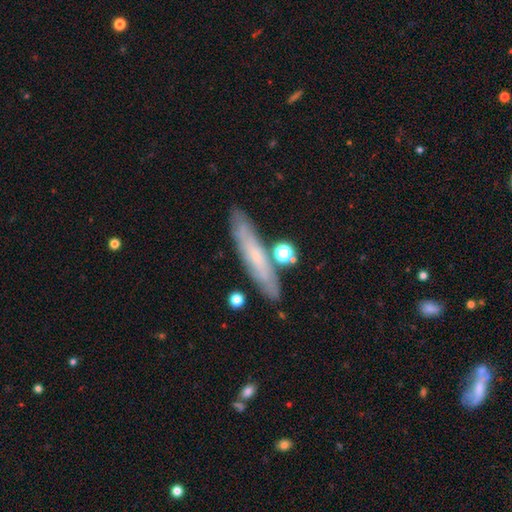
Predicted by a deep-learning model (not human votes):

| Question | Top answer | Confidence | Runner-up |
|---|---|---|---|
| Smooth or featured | smooth | 49% | featured or disk (43%) |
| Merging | none | 78% | minor disturbance (13%) |